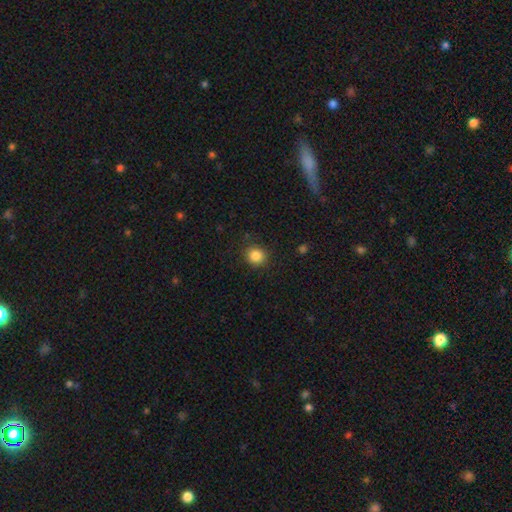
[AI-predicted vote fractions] Smooth or featured?
  - smooth: 85% *
  - star or artifact: 10%
  - featured or disk: 4%
How rounded?
  - round: 87% *
  - in between: 12%
  - cigar-shaped: 1%
Merging?
  - none: 88% *
  - minor disturbance: 8%
  - major disturbance: 3%
  - merger: 1%